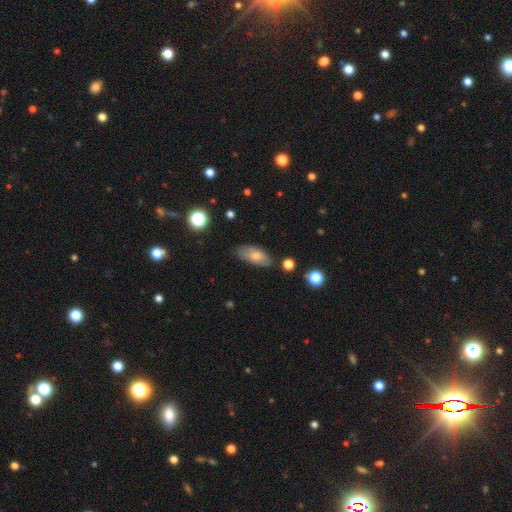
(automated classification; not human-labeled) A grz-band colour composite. It shows a smooth galaxy with no disk features (71%) that is in between round and cigar-shaped (87%). Merging: none (75%).